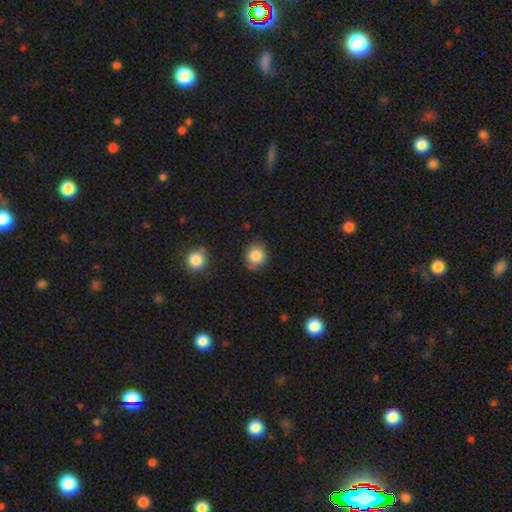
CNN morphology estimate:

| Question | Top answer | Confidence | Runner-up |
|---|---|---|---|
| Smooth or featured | smooth | 86% | star or artifact (9%) |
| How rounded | round | 85% | in between (15%) |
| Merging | none | 83% | minor disturbance (12%) |